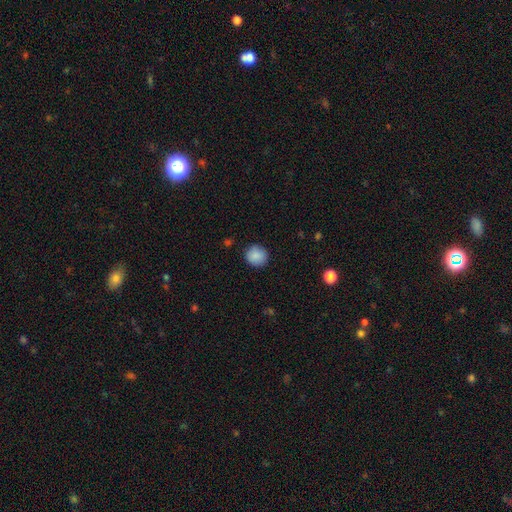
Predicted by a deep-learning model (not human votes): Q: Smooth or featured?
A: smooth (89%); runner-up: star or artifact (8%)
Q: How rounded?
A: round (88%); runner-up: in between (11%)
Q: Merging?
A: none (89%); runner-up: minor disturbance (8%)